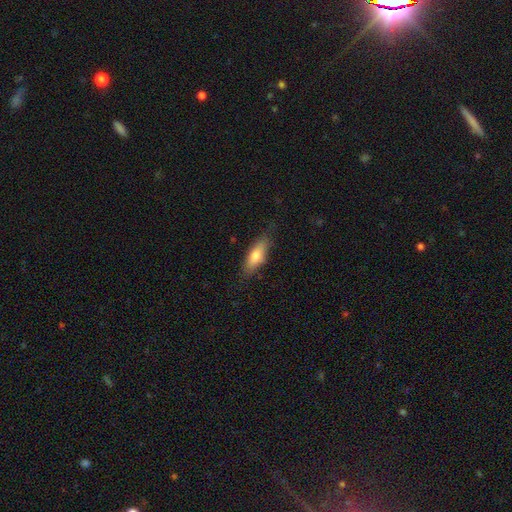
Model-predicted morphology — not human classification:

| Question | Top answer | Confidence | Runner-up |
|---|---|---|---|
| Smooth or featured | smooth | 72% | featured or disk (21%) |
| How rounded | in between | 62% | cigar-shaped (36%) |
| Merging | none | 79% | minor disturbance (16%) |